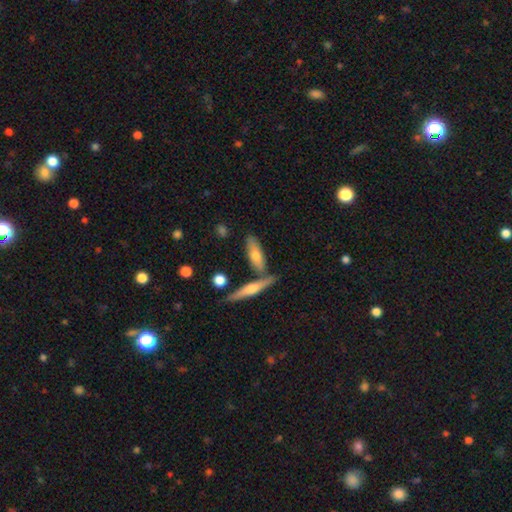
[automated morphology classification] smooth 59%, featured or disk 35%, star or artifact 6%. Down the decision tree: how rounded — in between (52%); merging — none (64%).